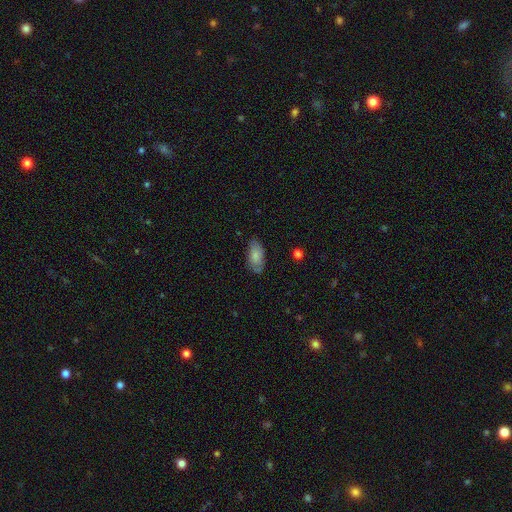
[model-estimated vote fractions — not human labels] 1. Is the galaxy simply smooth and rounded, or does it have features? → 75% smooth, 19% featured or disk, 7% star or artifact.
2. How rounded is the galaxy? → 91% in between, 7% cigar-shaped, 3% round.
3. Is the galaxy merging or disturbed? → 77% none, 18% minor disturbance, 4% major disturbance, 1% merger.